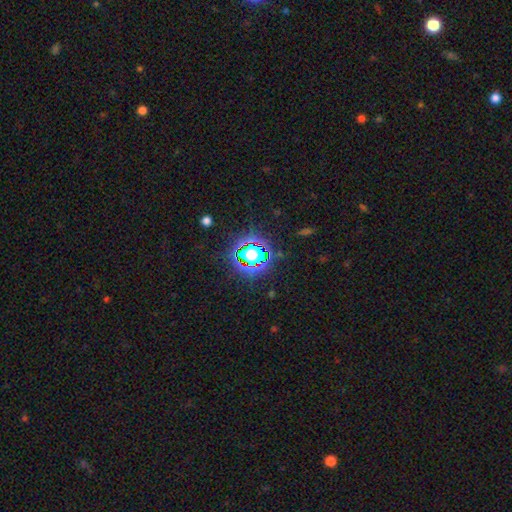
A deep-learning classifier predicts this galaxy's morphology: A star or artifact, not a galaxy (76%).

Vote fractions:
- Smooth or featured? star or artifact: 76% / smooth: 15% / featured or disk: 9%